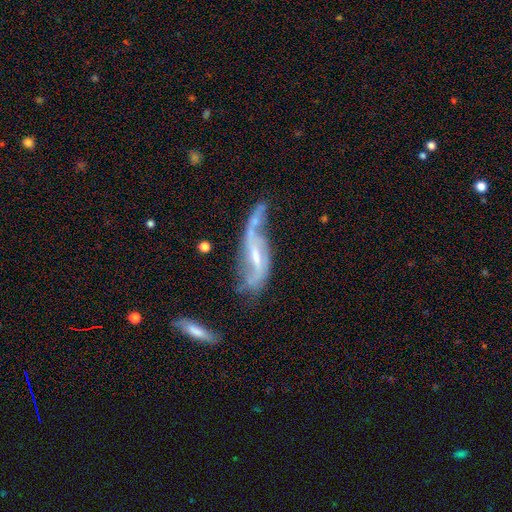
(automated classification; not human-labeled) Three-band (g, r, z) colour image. It shows a featured or disk galaxy (80%) with a weak bar (47%), 2 (80%) loose (73%) spiral arms (85%) and a small central bulge (54%). Merging: none (32%).